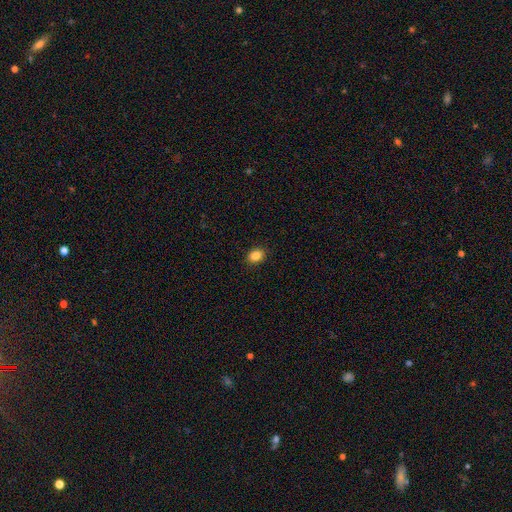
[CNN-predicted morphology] smooth 85%, star or artifact 10%, featured or disk 5%. Down the decision tree: how rounded — in between (56%); merging — none (90%).